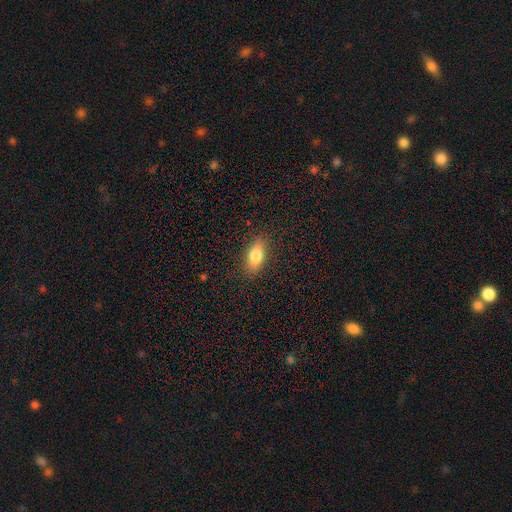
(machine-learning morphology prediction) smooth 79%, featured or disk 13%, star or artifact 8%. Down the decision tree: how rounded — in between (83%); merging — none (86%).